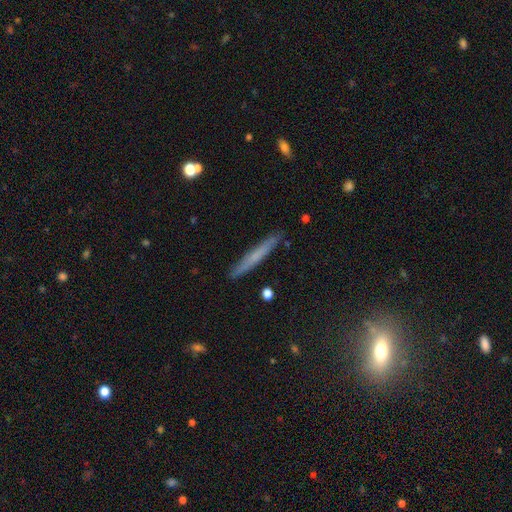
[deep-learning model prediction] smooth-or-featured: smooth: 56% | featured or disk: 36% | star or artifact: 8%
  how-rounded: cigar-shaped: 96% | in between: 2% | round: 2%
  merging: none: 90% | minor disturbance: 8% | major disturbance: 1% | merger: 1%